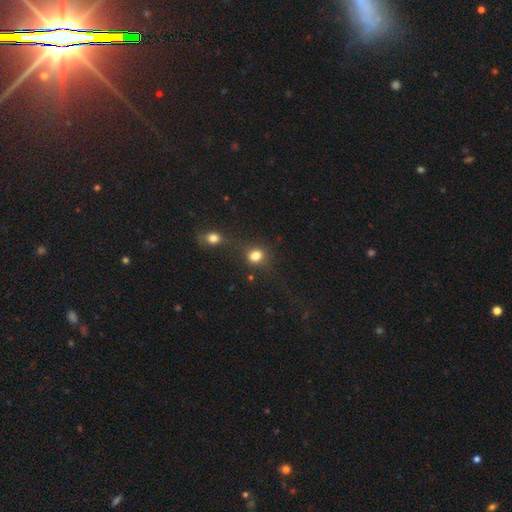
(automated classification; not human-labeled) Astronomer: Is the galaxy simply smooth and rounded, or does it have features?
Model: smooth — 80%.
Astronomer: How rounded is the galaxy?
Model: round — 76%.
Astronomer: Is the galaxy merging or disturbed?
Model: none — 63%.